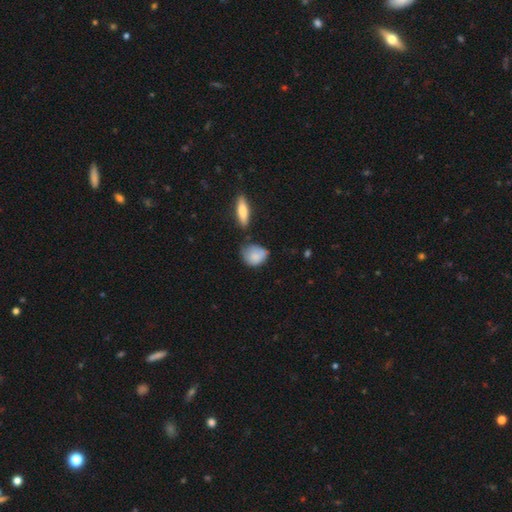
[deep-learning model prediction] Smooth or featured? Predicted: smooth (p=0.80). How rounded? Predicted: in between (p=0.56). Merging? Predicted: none (p=0.41).